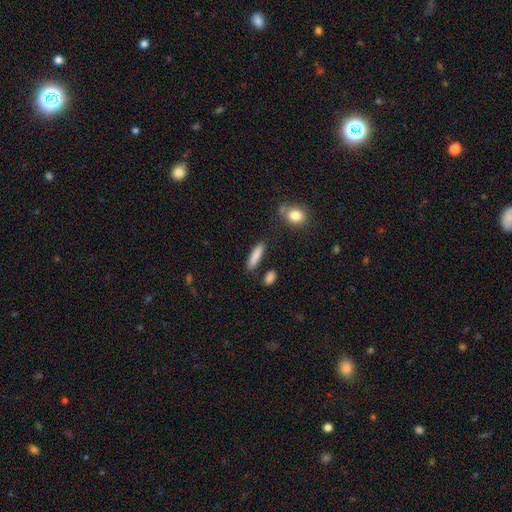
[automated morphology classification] This appears to be a smooth galaxy with no disk features (85%) that is cigar-shaped (76%). Merging: none (84%).